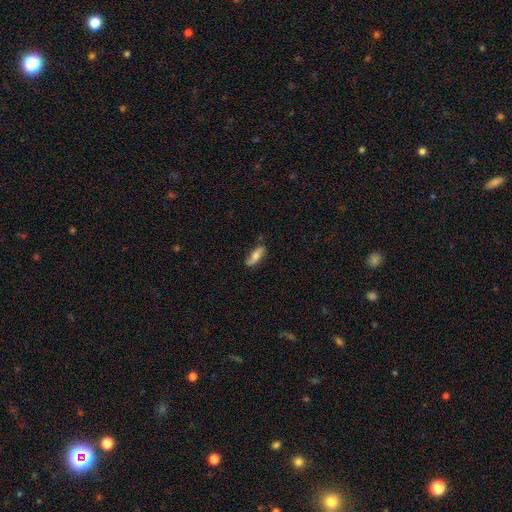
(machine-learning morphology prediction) A smooth galaxy with no disk features (59%) that is in between round and cigar-shaped (61%). Merging: none (76%).